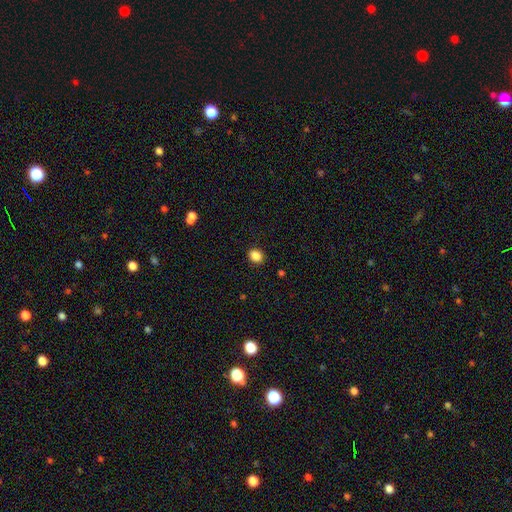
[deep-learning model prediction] Smooth or featured? Predicted: smooth (p=0.87). How rounded? Predicted: round (p=0.57). Merging? Predicted: none (p=0.89).